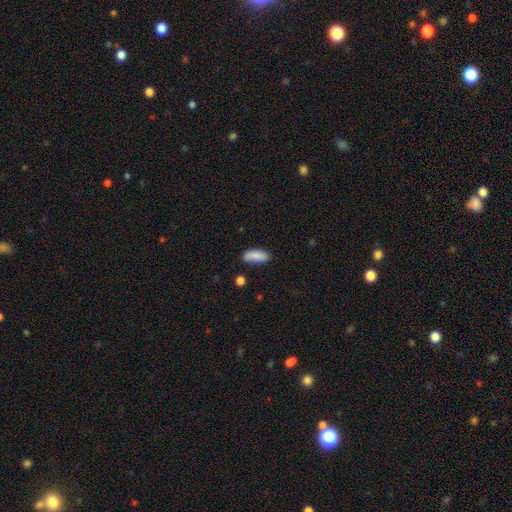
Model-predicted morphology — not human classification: A smooth galaxy with no disk features (87%) that is in between round and cigar-shaped (78%).

Vote fractions:
- Smooth or featured? smooth: 87% / star or artifact: 7% / featured or disk: 6%
- How rounded? in between: 78% / cigar-shaped: 20% / round: 2%
- Merging? none: 74% / minor disturbance: 18% / major disturbance: 4% / merger: 4%